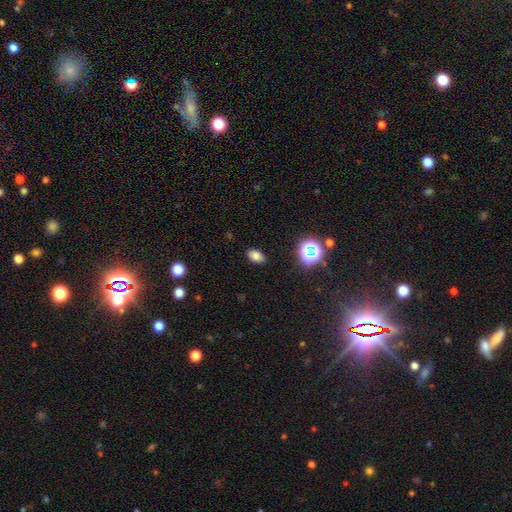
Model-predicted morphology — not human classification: A smooth galaxy with no disk features (77%) that is in between round and cigar-shaped (86%). Merging: none (87%).